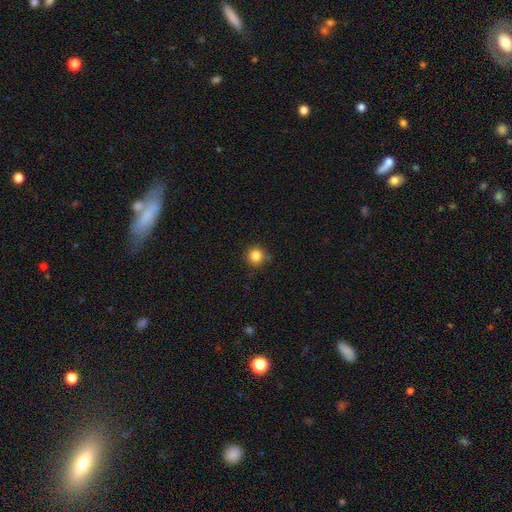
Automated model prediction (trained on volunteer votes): smooth 84%, star or artifact 11%, featured or disk 5%. Down the decision tree: how rounded — round (93%); merging — none (83%).